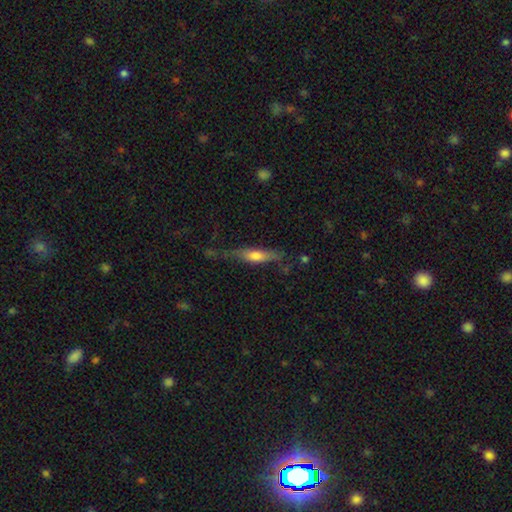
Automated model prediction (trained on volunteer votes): This appears to be a smooth galaxy with no disk features (57%) that is cigar-shaped (69%). Merging: none (53%).